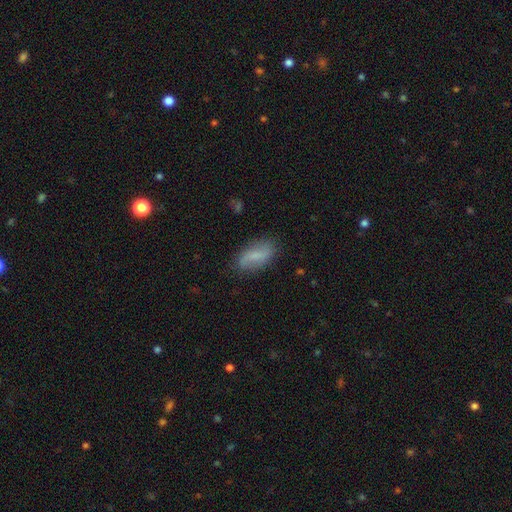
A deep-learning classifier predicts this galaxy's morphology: Overall: smooth (50%; featured or disk 42%). How rounded: in between (85%). Merging: none (80%).